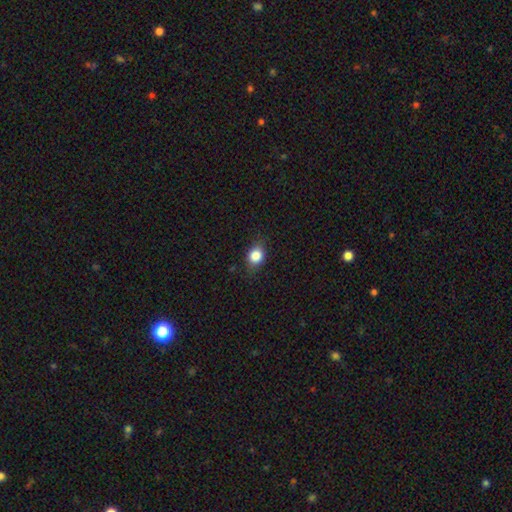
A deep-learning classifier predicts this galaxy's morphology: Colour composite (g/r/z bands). It shows a smooth galaxy with no disk features (82%) that is round (52%). Merging: none (80%).